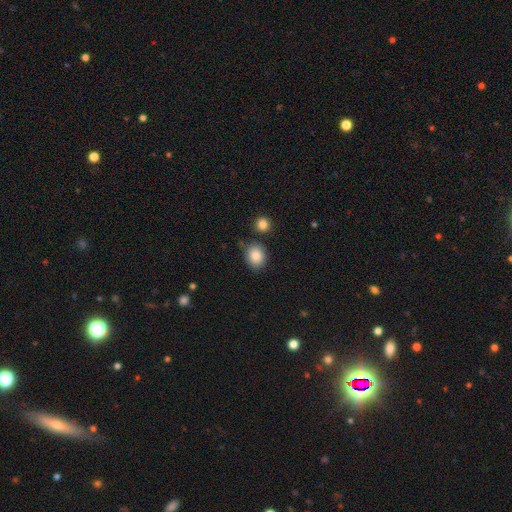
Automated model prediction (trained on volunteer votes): This appears to be a smooth galaxy with no disk features (86%) that is round (53%). Merging: none (74%).